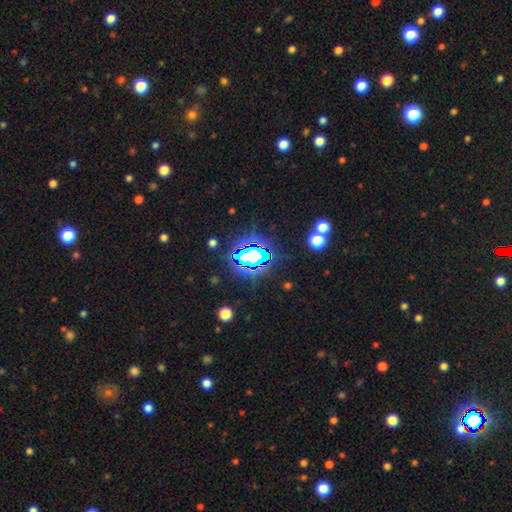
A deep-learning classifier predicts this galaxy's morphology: This appears to be a star or artifact, not a galaxy (73%).